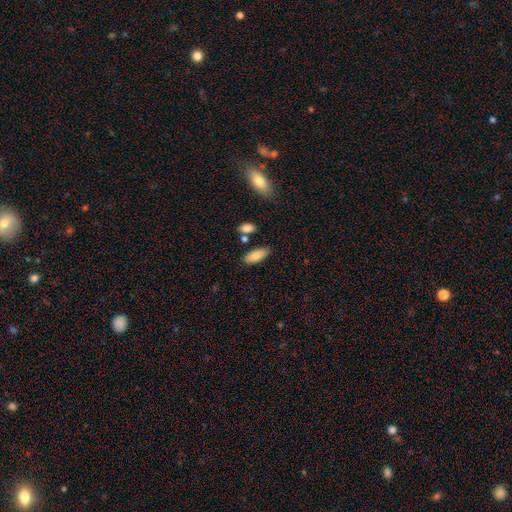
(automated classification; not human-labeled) Smooth or featured? Predicted: smooth (p=0.83). How rounded? Predicted: in between (p=0.84). Merging? Predicted: none (p=0.78).